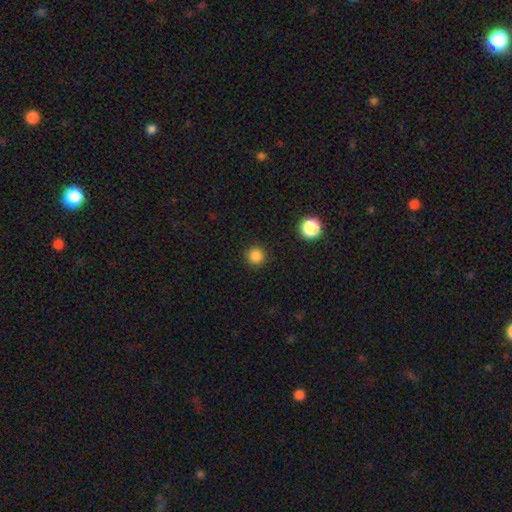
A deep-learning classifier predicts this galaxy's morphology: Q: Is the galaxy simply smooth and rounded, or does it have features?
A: smooth — 84%.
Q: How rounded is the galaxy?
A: round — 95%.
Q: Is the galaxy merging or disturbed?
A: none — 91%.